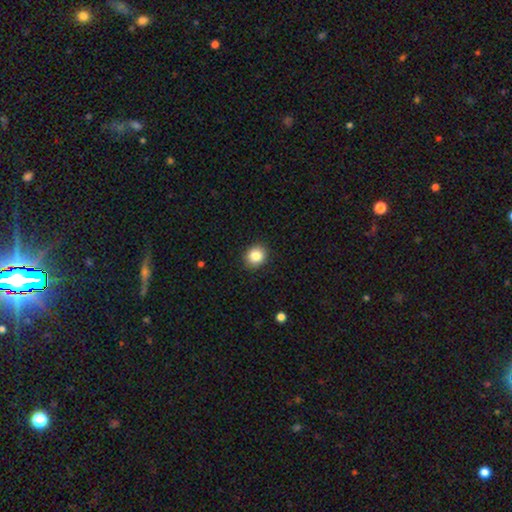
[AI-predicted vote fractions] Overall: smooth (85%). How rounded: round (77%). Merging: none (90%).